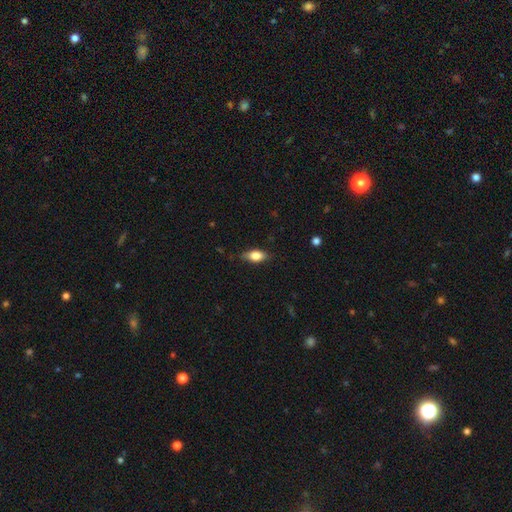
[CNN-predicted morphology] smooth_or_featured: smooth (p=0.76) [alt: featured or disk p=0.16]
how_rounded: in between (p=0.84) [alt: cigar-shaped p=0.11]
merging: none (p=0.79) [alt: minor disturbance p=0.17]